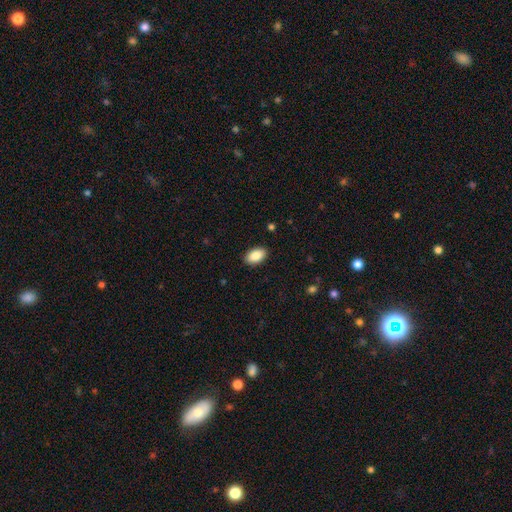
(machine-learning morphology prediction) A smooth galaxy with no disk features (88%) that is in between round and cigar-shaped (94%). Merging: none (90%).